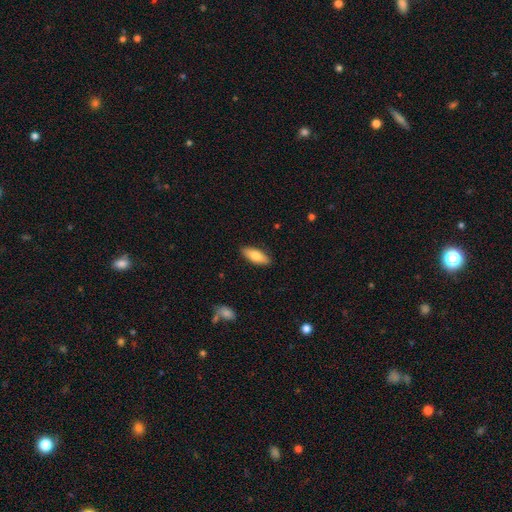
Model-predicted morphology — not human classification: Smooth or featured?
  - smooth: 79% *
  - featured or disk: 15%
  - star or artifact: 6%
How rounded?
  - in between: 76% *
  - cigar-shaped: 22%
  - round: 2%
Merging?
  - none: 88% *
  - minor disturbance: 9%
  - major disturbance: 2%
  - merger: 1%